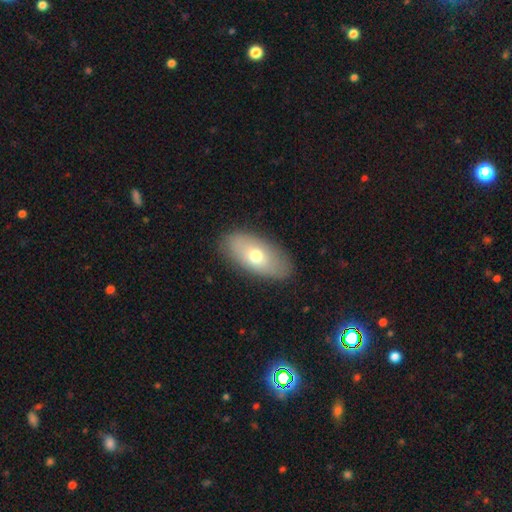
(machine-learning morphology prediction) smooth_or_featured: smooth (p=0.64) [alt: featured or disk p=0.29]
how_rounded: in between (p=0.90) [alt: cigar-shaped p=0.06]
merging: none (p=0.85) [alt: minor disturbance p=0.11]